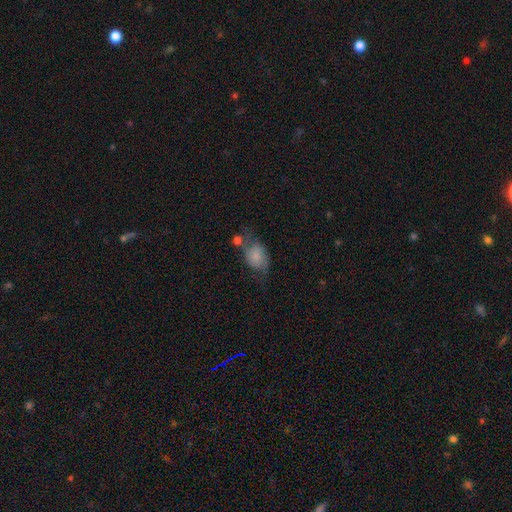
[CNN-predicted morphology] Smooth or featured: smooth — 65% (featured or disk — 26%)
How rounded: in between — 74% (round — 24%)
Merging: none — 38% (minor disturbance — 26%)